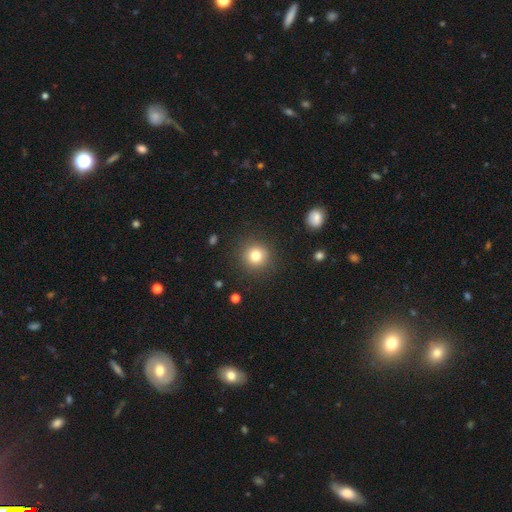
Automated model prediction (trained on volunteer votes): Overall: smooth (80%). How rounded: round (94%). Merging: none (90%).